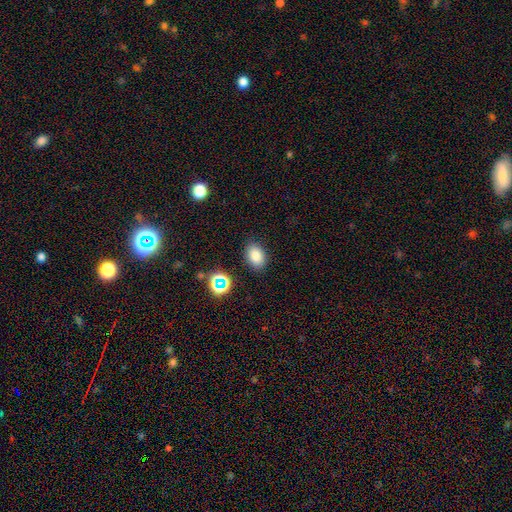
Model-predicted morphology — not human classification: Q: Smooth or featured?
A: smooth (79%); runner-up: star or artifact (13%)
Q: How rounded?
A: in between (78%); runner-up: round (21%)
Q: Merging?
A: none (84%); runner-up: minor disturbance (11%)